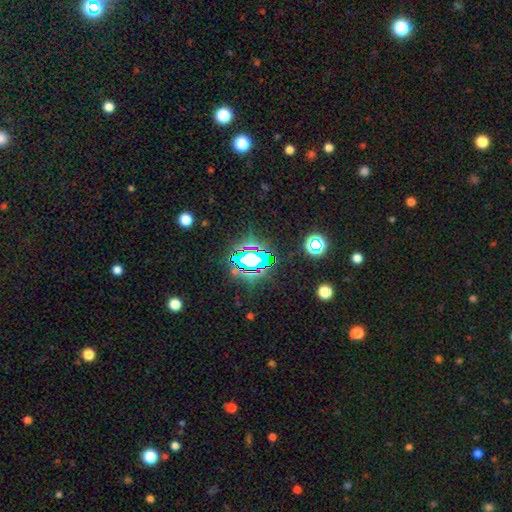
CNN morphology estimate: Smooth or featured: star or artifact — 68% (smooth — 20%)